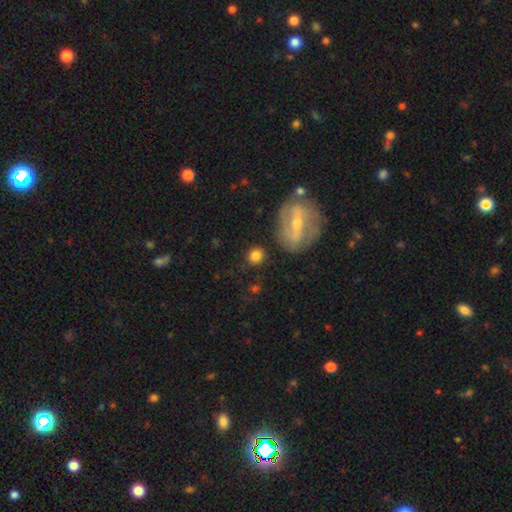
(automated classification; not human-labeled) Overall: smooth (78%). How rounded: round (84%). Merging: none (80%).